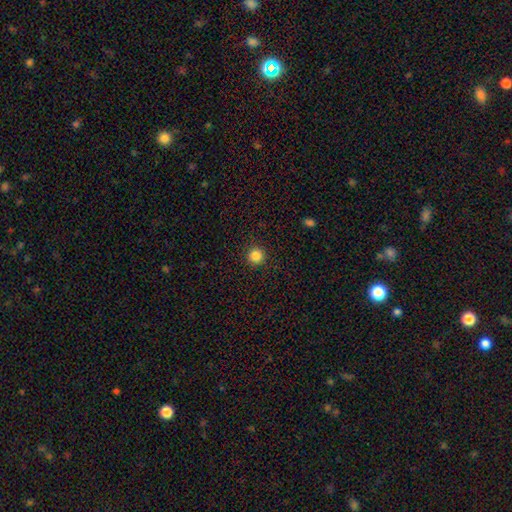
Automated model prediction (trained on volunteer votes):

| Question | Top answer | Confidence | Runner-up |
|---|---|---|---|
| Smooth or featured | smooth | 84% | star or artifact (11%) |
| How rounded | round | 96% | in between (3%) |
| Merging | none | 93% | minor disturbance (5%) |